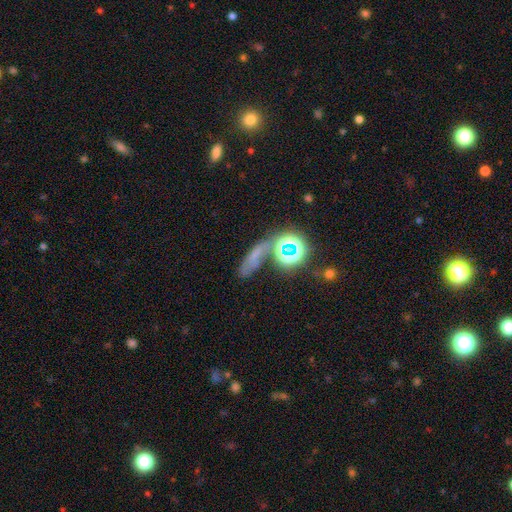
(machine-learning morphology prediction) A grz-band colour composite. It shows a smooth galaxy with no disk features (42%). Merging: none (48%).